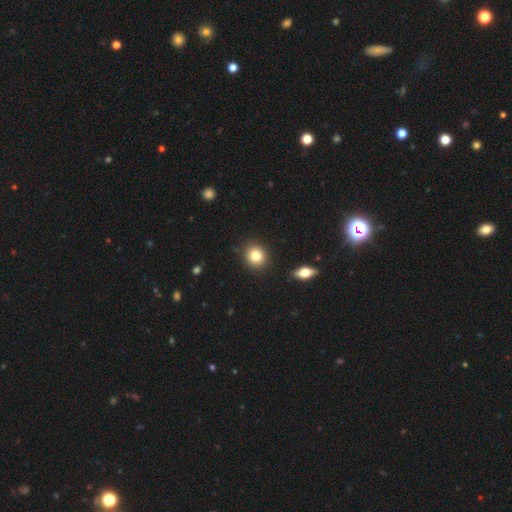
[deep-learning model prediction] Smooth or featured? smooth (82%)
How rounded? round (81%)
Merging? none (88%)